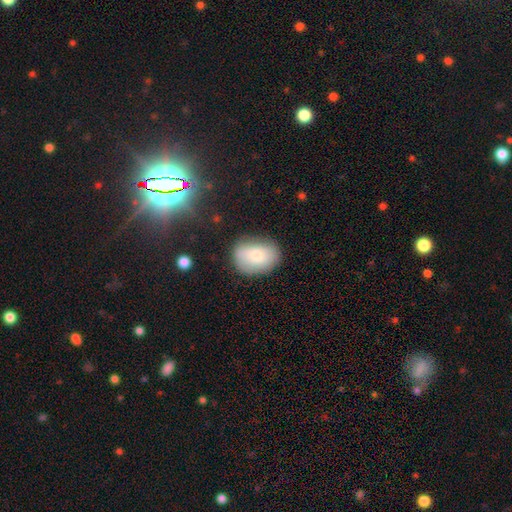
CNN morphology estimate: Smooth or featured: smooth — 75% (featured or disk — 17%)
How rounded: in between — 72% (round — 27%)
Merging: none — 75% (minor disturbance — 17%)